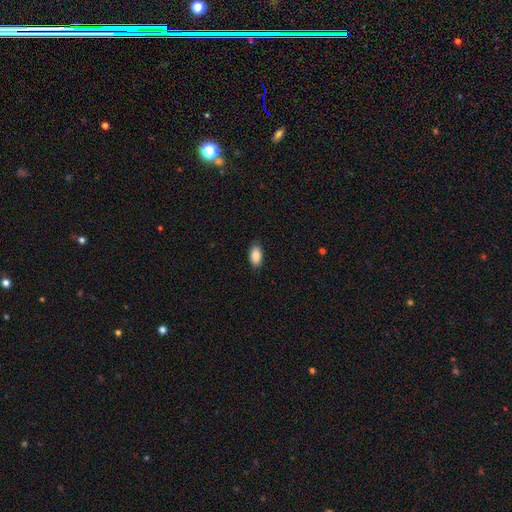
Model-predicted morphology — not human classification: type=smooth (89%); roundness=in between (93%); merging=none (87%).